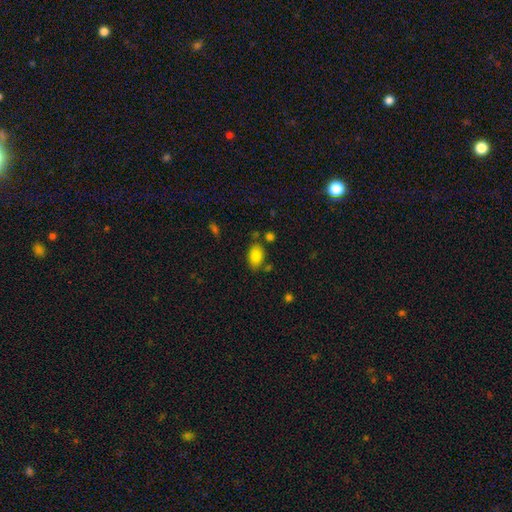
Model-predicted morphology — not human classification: The model was most divided on "merging": none: 73%, minor disturbance: 15%, merger: 8%, major disturbance: 4%. More confident: how rounded — in between (87%); smooth or featured — smooth (84%).